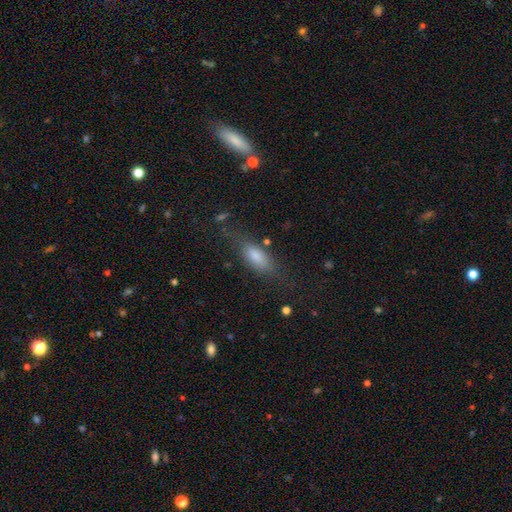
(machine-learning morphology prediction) Smooth or featured?
  - smooth: 70% *
  - featured or disk: 19%
  - star or artifact: 11%
How rounded?
  - in between: 68% *
  - cigar-shaped: 29%
  - round: 4%
Merging?
  - none: 67% *
  - minor disturbance: 20%
  - major disturbance: 10%
  - merger: 3%